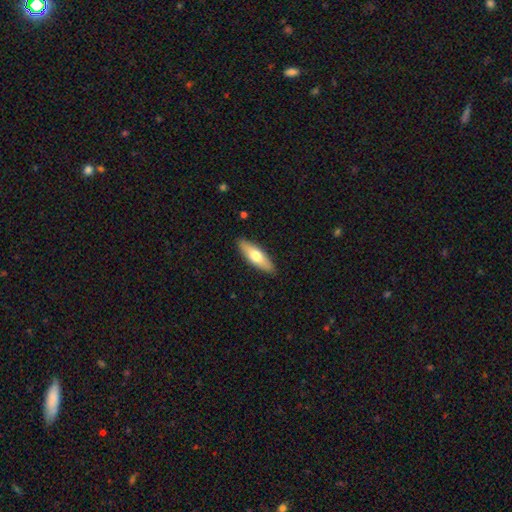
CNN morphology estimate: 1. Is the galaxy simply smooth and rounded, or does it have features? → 65% smooth, 30% featured or disk, 5% star or artifact.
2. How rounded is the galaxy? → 50% in between, 48% cigar-shaped, 2% round.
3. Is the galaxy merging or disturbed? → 89% none, 8% minor disturbance, 2% major disturbance, 1% merger.